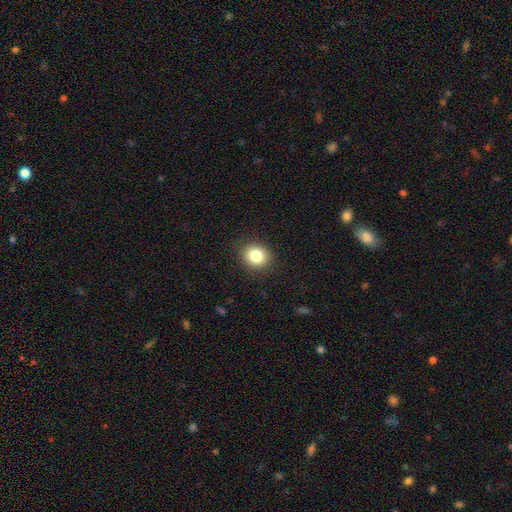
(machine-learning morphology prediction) This is clearly a smooth galaxy (83%). How rounded: likely round (75%). Merging: clearly none (90%).